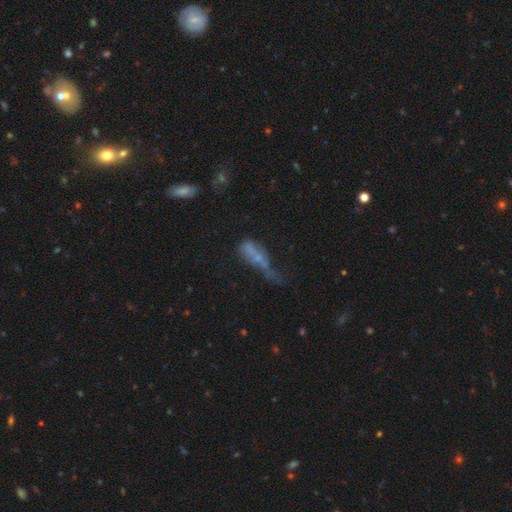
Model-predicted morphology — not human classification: A smooth galaxy with no disk features (45%). Merging: major disturbance (40%).